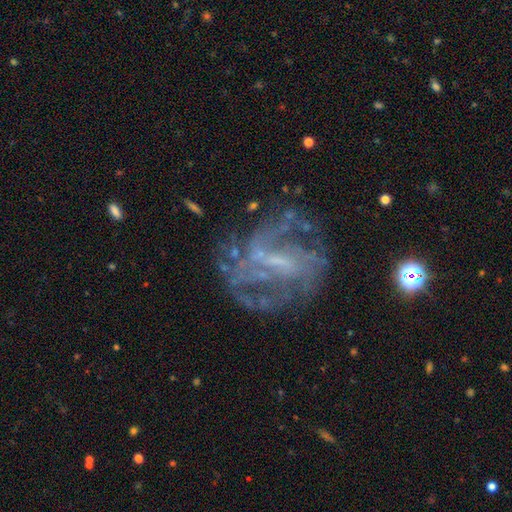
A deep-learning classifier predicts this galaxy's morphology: Smooth or featured?
  - featured or disk: 72% *
  - star or artifact: 17%
  - smooth: 10%
Edge-on disk?
  - no: 96% *
  - yes: 4%
Bar?
  - weak: 42% *
  - strong: 33%
  - no: 24%
Spiral arms?
  - yes: 79% *
  - no: 21%
Spiral winding?
  - medium: 41% *
  - tight: 39%
  - loose: 20%
Spiral arm count?
  - can't tell: 42% *
  - 2: 20%
  - 3: 15%
  - 4: 10%
  - more than 4: 7%
  - 1: 7%
Bulge size?
  - small: 47% *
  - none: 33%
  - moderate: 17%
  - large: 2%
  - dominant: 1%
Merging?
  - none: 66% *
  - major disturbance: 16%
  - minor disturbance: 15%
  - merger: 3%